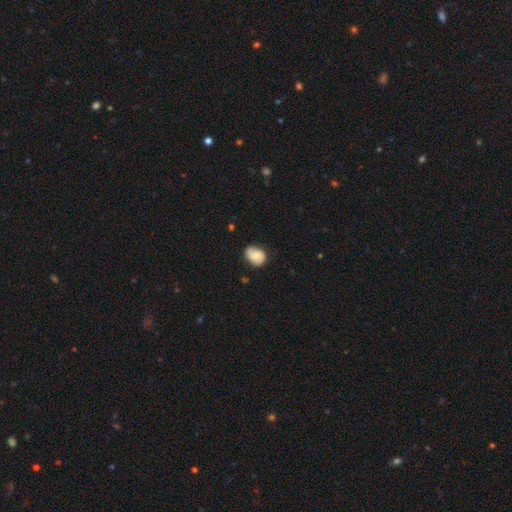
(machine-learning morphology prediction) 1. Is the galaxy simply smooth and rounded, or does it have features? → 69% smooth, 23% featured or disk, 8% star or artifact.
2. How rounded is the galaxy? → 65% in between, 34% round, 1% cigar-shaped.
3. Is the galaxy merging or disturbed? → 69% none, 25% minor disturbance, 5% major disturbance, 1% merger.